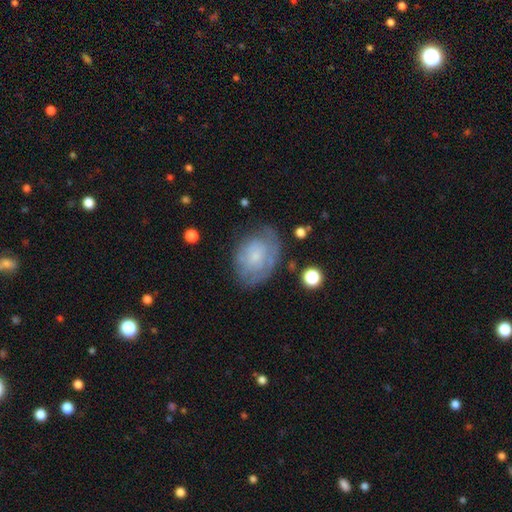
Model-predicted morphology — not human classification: smooth-or-featured: featured or disk: 50% | smooth: 41% | star or artifact: 8%
  disk-edge-on: no: 96% | yes: 4%
  merging: none: 61% | minor disturbance: 25% | major disturbance: 12% | merger: 2%